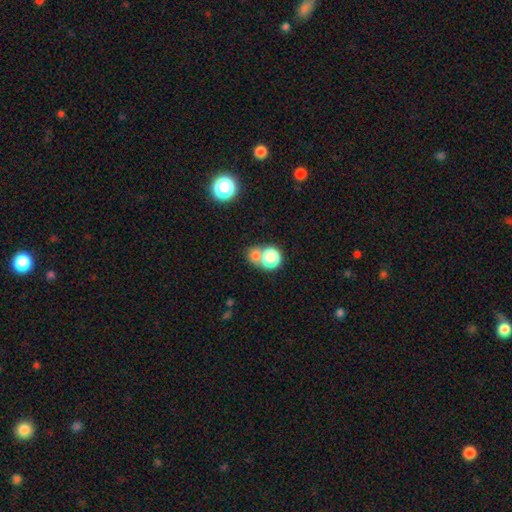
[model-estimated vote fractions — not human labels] A star or artifact, not a galaxy (52%).